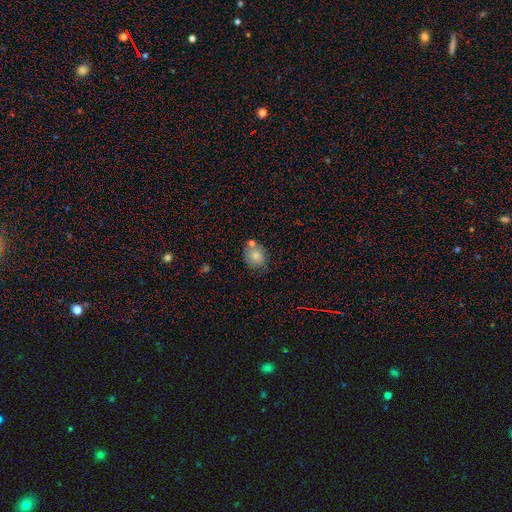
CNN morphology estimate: smooth_or_featured: smooth (p=0.80) [alt: featured or disk p=0.11]
how_rounded: round (p=0.61) [alt: in between p=0.38]
merging: none (p=0.61) [alt: merger p=0.17]